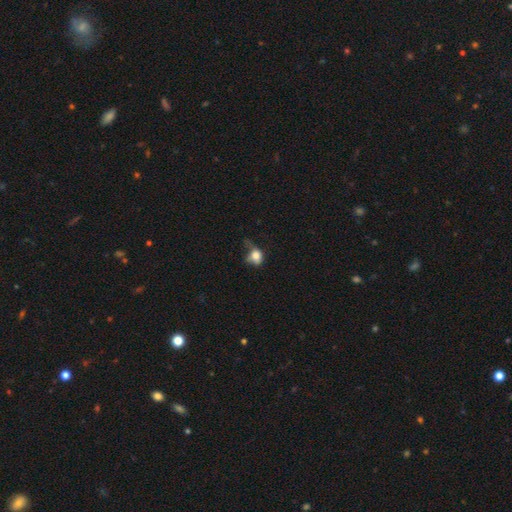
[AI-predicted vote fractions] Smooth or featured? smooth (73%)
How rounded? round (52%)
Merging? major disturbance (37%)